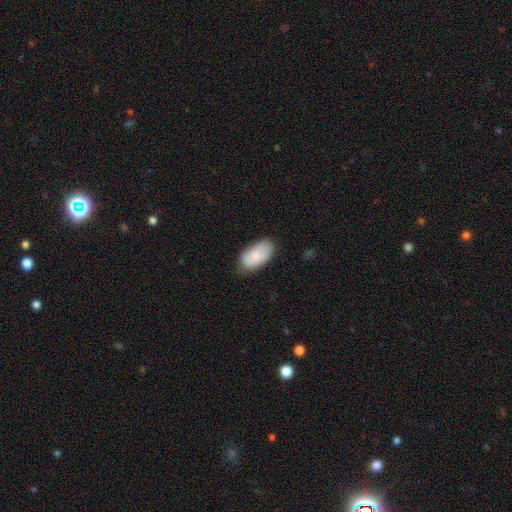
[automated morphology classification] Overall: smooth (83%). How rounded: in between (95%). Merging: none (74%).